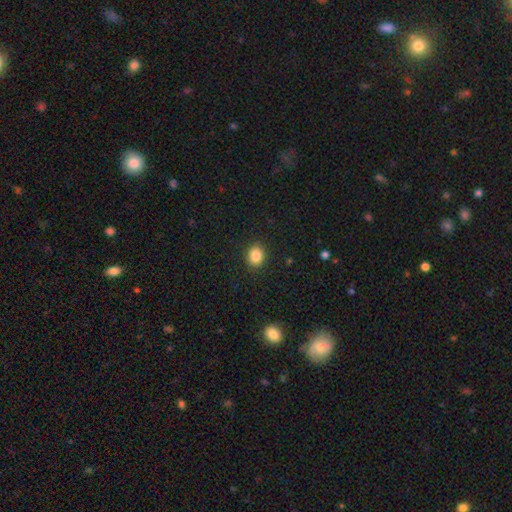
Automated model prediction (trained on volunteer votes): Smooth or featured: smooth — 85% (star or artifact — 10%)
How rounded: round — 54% (in between — 45%)
Merging: none — 89% (minor disturbance — 7%)